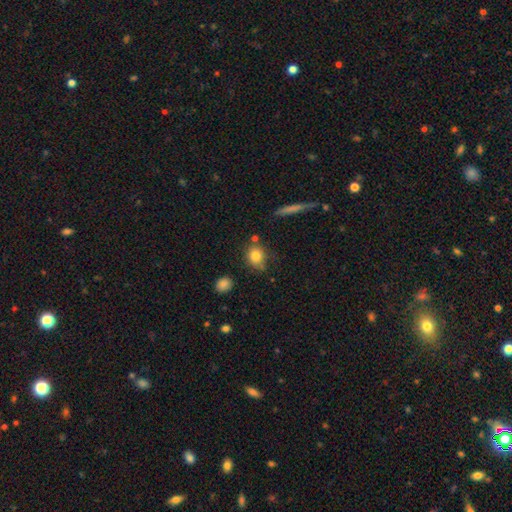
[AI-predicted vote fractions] This is clearly a smooth galaxy (81%). How rounded: likely round (69%). Merging: likely none (69%).